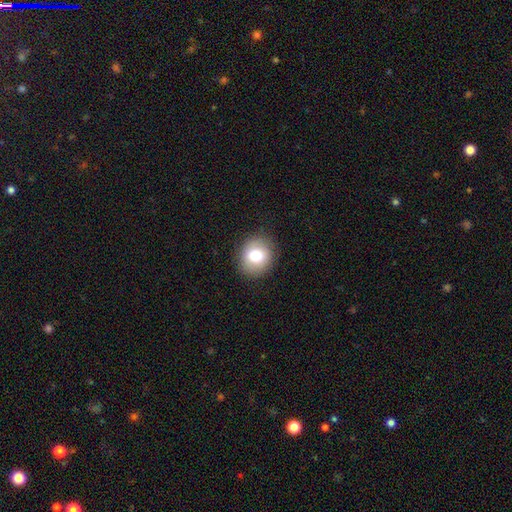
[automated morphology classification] Q: Smooth or featured?
A: smooth (78%); runner-up: featured or disk (13%)
Q: How rounded?
A: round (77%); runner-up: in between (22%)
Q: Merging?
A: none (89%); runner-up: minor disturbance (8%)